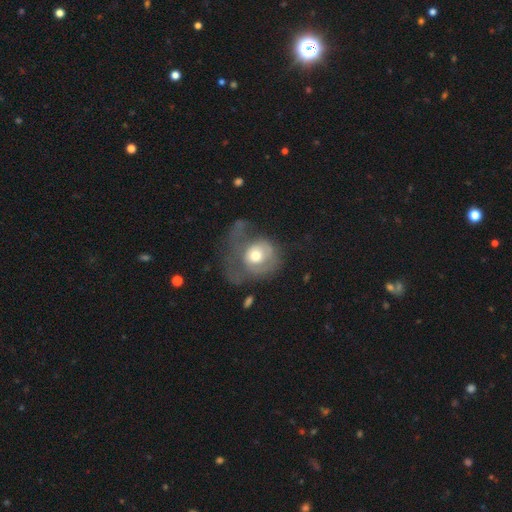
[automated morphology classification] A smooth galaxy with no disk features (49%). Merging: major disturbance (59%).